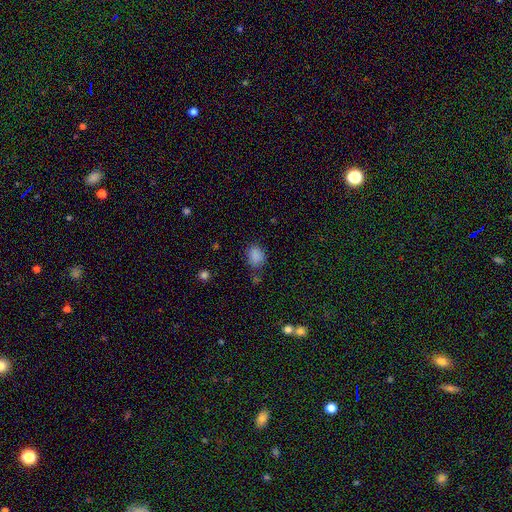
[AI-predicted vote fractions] A smooth galaxy with no disk features (85%) that is in between round and cigar-shaped (62%). Merging: none (70%).